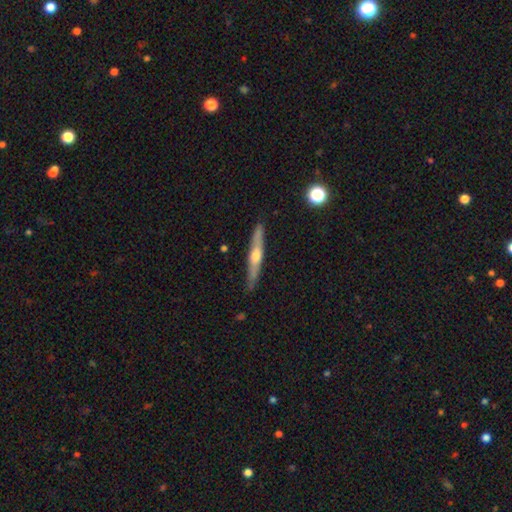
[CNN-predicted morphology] This appears to be a featured or disk galaxy (63%) viewed edge-on (95%) with a rounded central bulge (88%). Merging: none (87%).